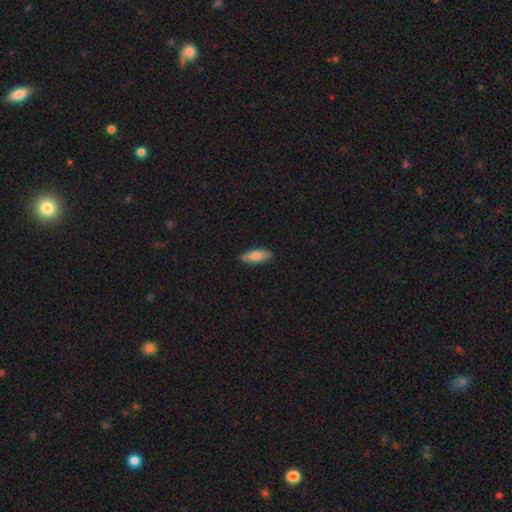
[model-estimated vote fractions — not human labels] Q: Smooth or featured?
A: smooth (77%); runner-up: featured or disk (17%)
Q: How rounded?
A: in between (68%); runner-up: cigar-shaped (30%)
Q: Merging?
A: none (87%); runner-up: minor disturbance (10%)